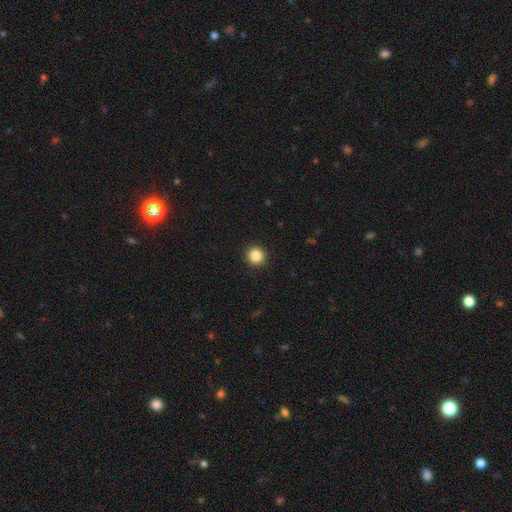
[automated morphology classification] This is clearly a smooth galaxy (86%). How rounded: clearly round (93%). Merging: clearly none (93%).